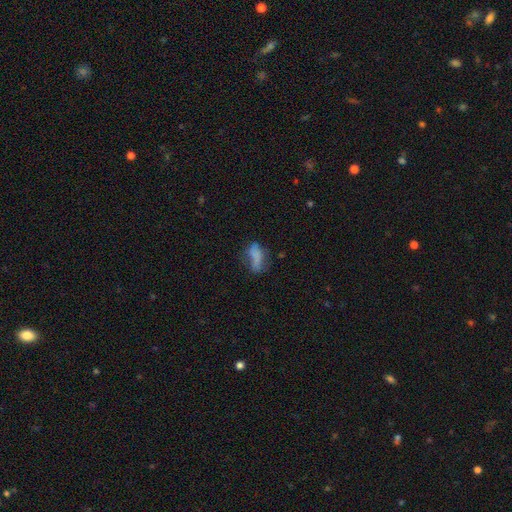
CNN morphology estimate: A smooth galaxy with no disk features (66%) that is in between round and cigar-shaped (74%).

Vote fractions:
- Smooth or featured? smooth: 66% / featured or disk: 22% / star or artifact: 12%
- How rounded? in between: 74% / cigar-shaped: 21% / round: 5%
- Merging? none: 36% / minor disturbance: 29% / major disturbance: 28% / merger: 7%